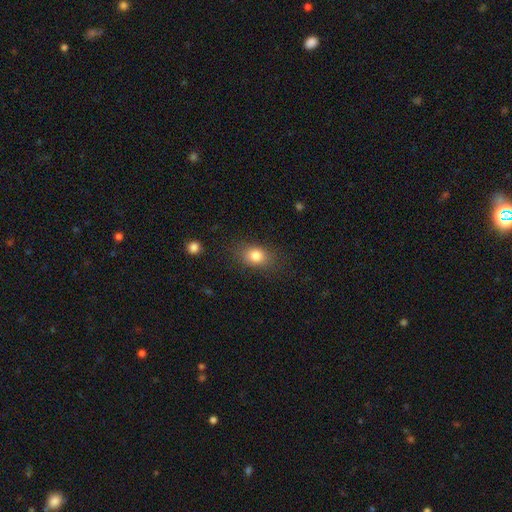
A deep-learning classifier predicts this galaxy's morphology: type=smooth (81%); roundness=in between (63%); merging=none (79%).